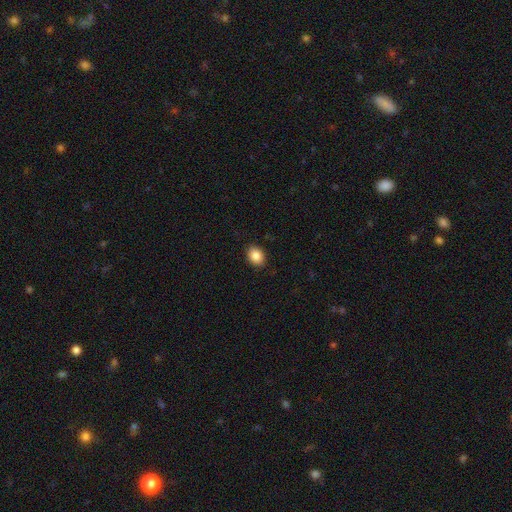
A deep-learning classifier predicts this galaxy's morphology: Smooth or featured: smooth — 87% (star or artifact — 8%)
How rounded: in between — 61% (round — 38%)
Merging: none — 90% (minor disturbance — 7%)